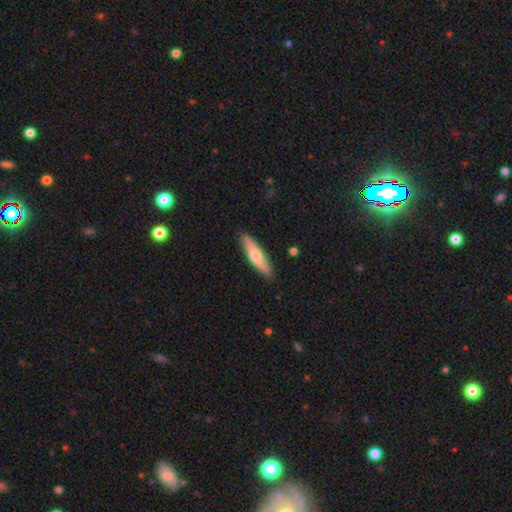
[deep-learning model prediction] Smooth or featured: smooth — 61% (featured or disk — 34%)
How rounded: cigar-shaped — 74% (in between — 24%)
Merging: none — 88% (minor disturbance — 9%)